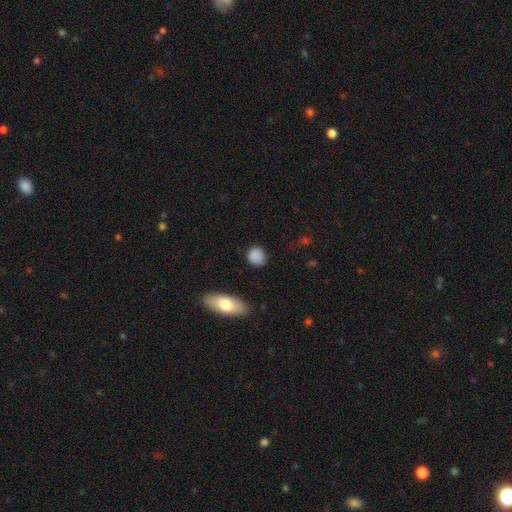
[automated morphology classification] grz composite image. It shows a smooth galaxy with no disk features (86%) that is round (77%). Merging: none (83%).